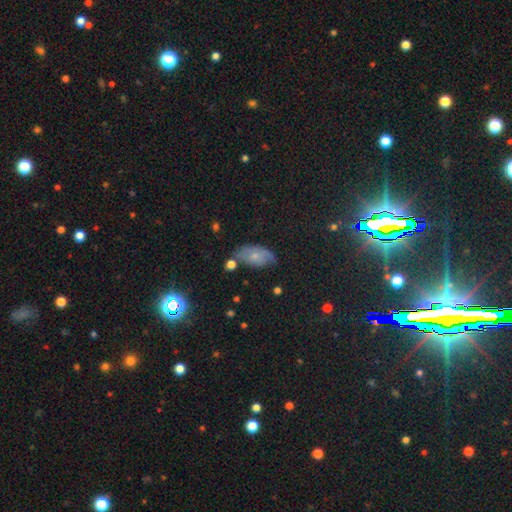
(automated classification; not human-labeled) The model was most divided on "smooth or featured": smooth: 51%, featured or disk: 28%, star or artifact: 21%. More confident: how rounded — in between (88%); merging — none (58%).